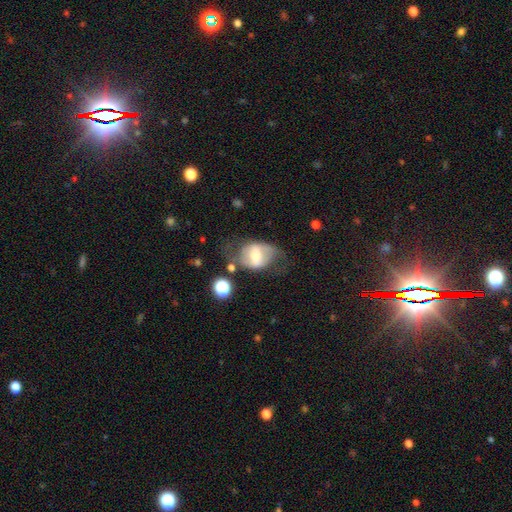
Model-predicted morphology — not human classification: Smooth or featured? Predicted: featured or disk (p=0.54). Edge-on disk? Predicted: no (p=0.92). Merging? Predicted: none (p=0.50).